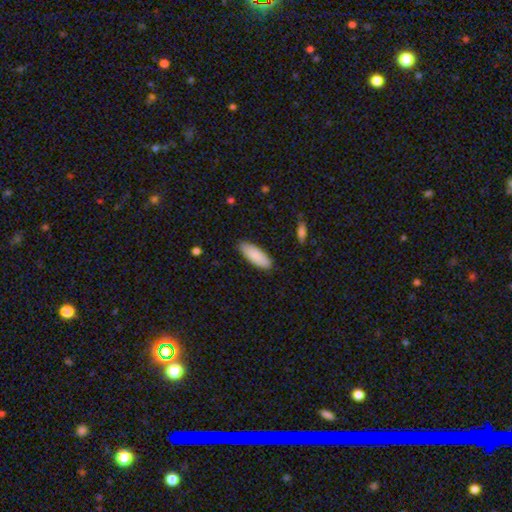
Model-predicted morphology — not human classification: Smooth or featured? Predicted: smooth (p=0.89). How rounded? Predicted: in between (p=0.70). Merging? Predicted: none (p=0.88).